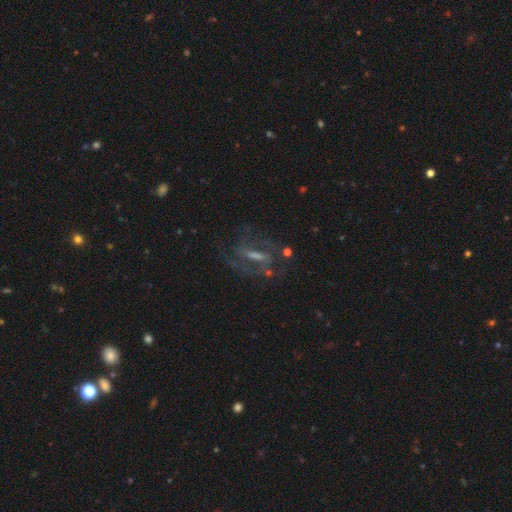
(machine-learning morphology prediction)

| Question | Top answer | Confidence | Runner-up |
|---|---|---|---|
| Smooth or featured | featured or disk | 70% | smooth (15%) |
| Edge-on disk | no | 85% | yes (15%) |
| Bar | strong | 46% | weak (36%) |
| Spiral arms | yes | 77% | no (23%) |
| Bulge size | small | 33% | moderate (30%) |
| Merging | none | 62% | major disturbance (18%) |